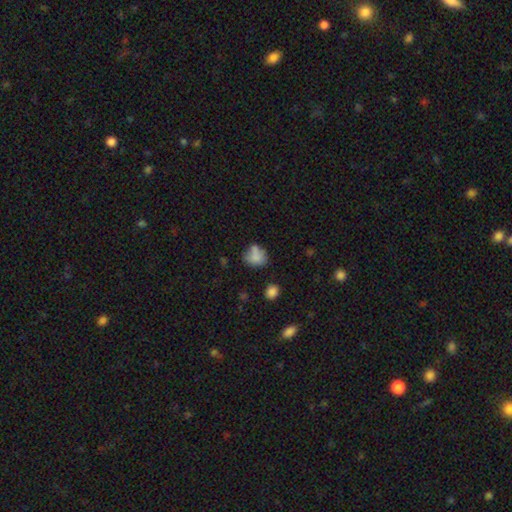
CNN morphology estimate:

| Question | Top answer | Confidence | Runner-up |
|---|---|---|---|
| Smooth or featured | smooth | 75% | featured or disk (14%) |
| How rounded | round | 51% | in between (47%) |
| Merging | none | 46% | minor disturbance (25%) |